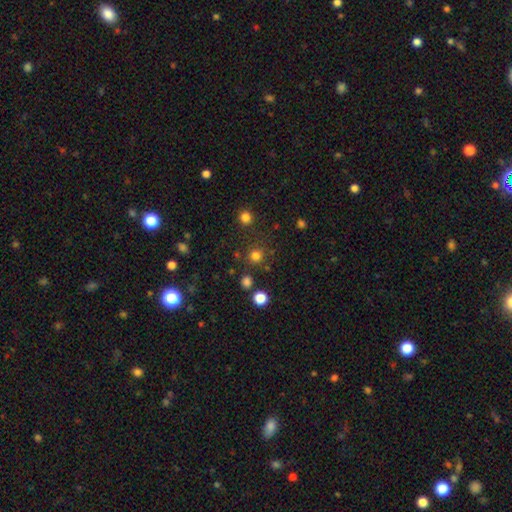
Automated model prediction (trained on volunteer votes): Smooth or featured: smooth — 77% (star or artifact — 18%)
How rounded: round — 93% (in between — 6%)
Merging: none — 83% (minor disturbance — 8%)